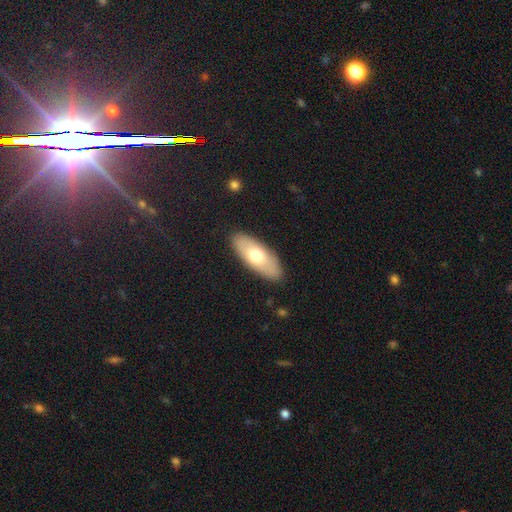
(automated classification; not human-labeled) A smooth galaxy with no disk features (64%) that is in between round and cigar-shaped (83%).

Vote fractions:
- Smooth or featured? smooth: 64% / featured or disk: 30% / star or artifact: 5%
- How rounded? in between: 83% / cigar-shaped: 15% / round: 2%
- Merging? none: 89% / minor disturbance: 8% / major disturbance: 2% / merger: 1%